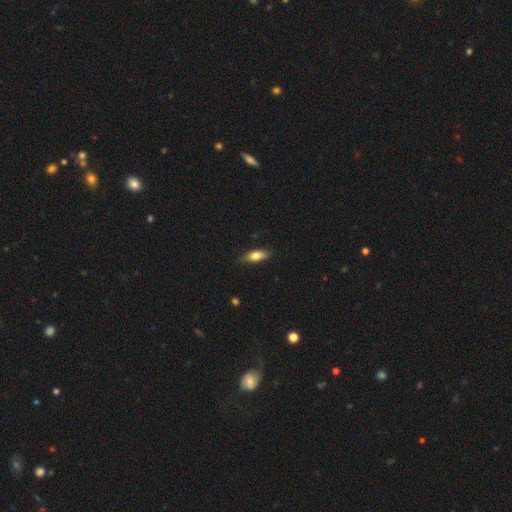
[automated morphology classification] This is likely a smooth galaxy (72%). How rounded: likely in between (65%). Merging: likely none (79%).